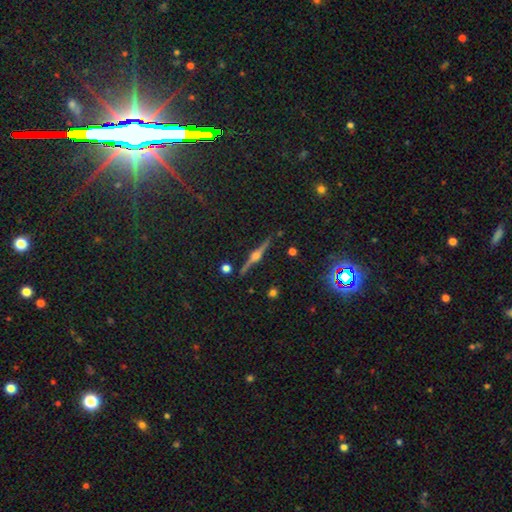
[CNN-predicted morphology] type=featured or disk (85%); edge-on=yes (98%); edge-on bulge=rounded (94%); merging=none (90%).